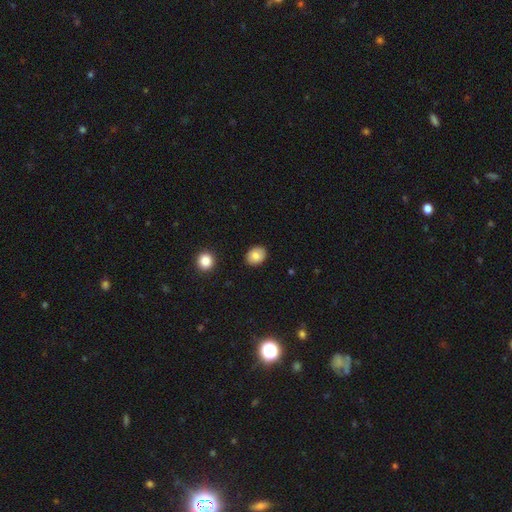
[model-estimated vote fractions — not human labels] Overall: smooth (83%). How rounded: in between (58%; round 41%). Merging: none (88%).